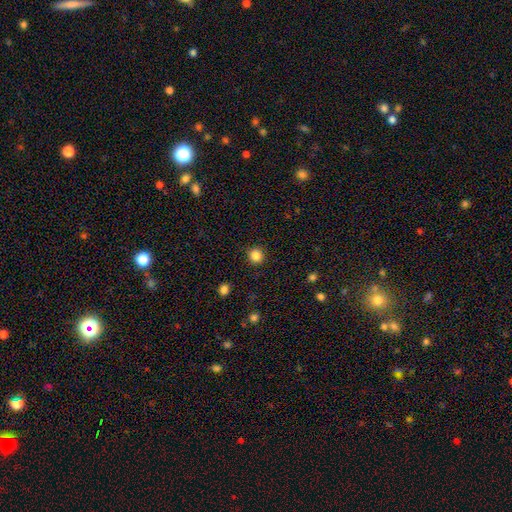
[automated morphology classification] Q: Smooth or featured?
A: smooth (84%); runner-up: star or artifact (12%)
Q: How rounded?
A: round (94%); runner-up: in between (5%)
Q: Merging?
A: none (92%); runner-up: minor disturbance (6%)